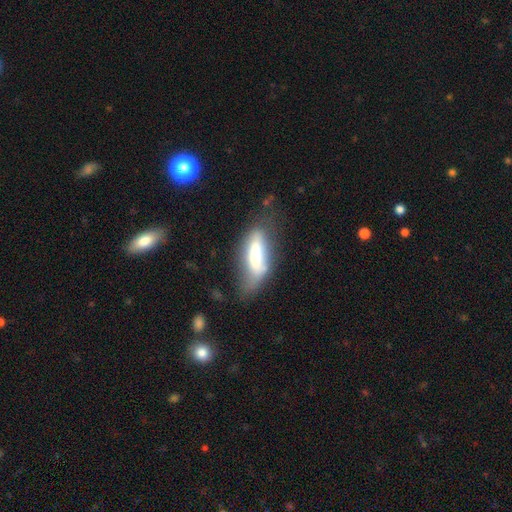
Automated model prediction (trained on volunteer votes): Smooth or featured? Predicted: smooth (p=0.59). How rounded? Predicted: in between (p=0.56). Merging? Predicted: none (p=0.41).